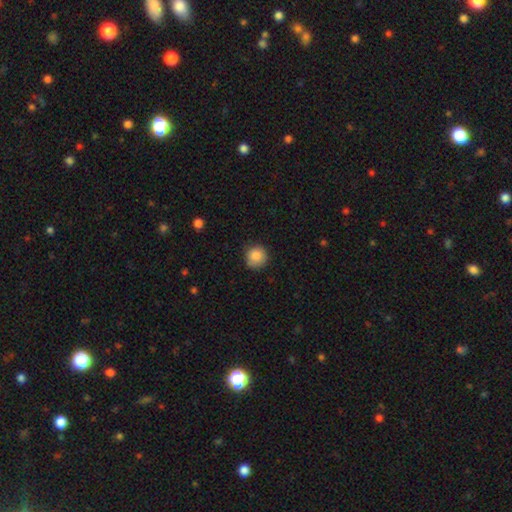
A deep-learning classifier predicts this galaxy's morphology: smooth 86%, star or artifact 9%, featured or disk 5%. Down the decision tree: how rounded — round (91%); merging — none (80%).